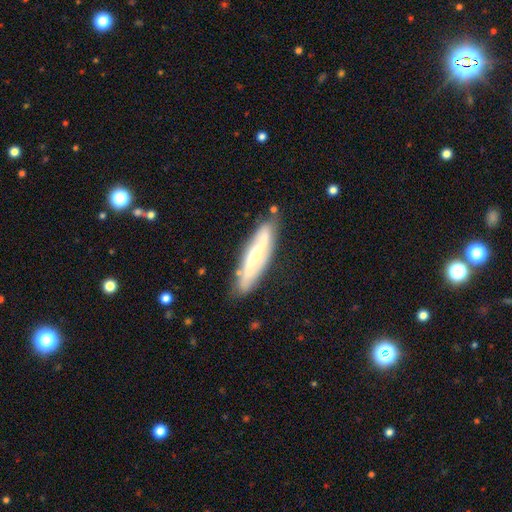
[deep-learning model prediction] Q: Smooth or featured?
A: featured or disk (66%); runner-up: smooth (28%)
Q: Edge-on disk?
A: no (61%); runner-up: yes (39%)
Q: Merging?
A: none (79%); runner-up: minor disturbance (15%)